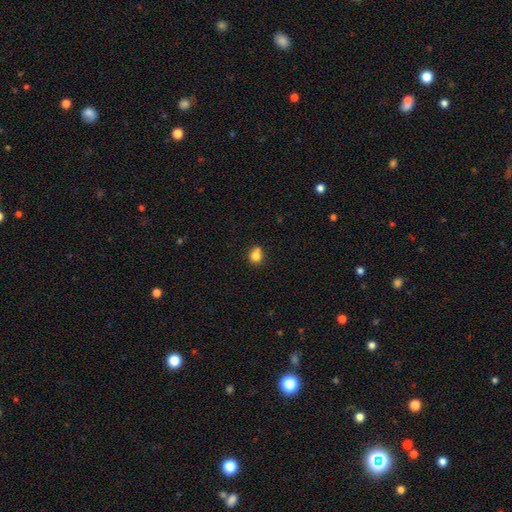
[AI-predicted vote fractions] smooth-or-featured: smooth: 80% | star or artifact: 11% | featured or disk: 9%
  how-rounded: round: 77% | in between: 22% | cigar-shaped: 1%
  merging: none: 54% | merger: 27% | minor disturbance: 14% | major disturbance: 4%